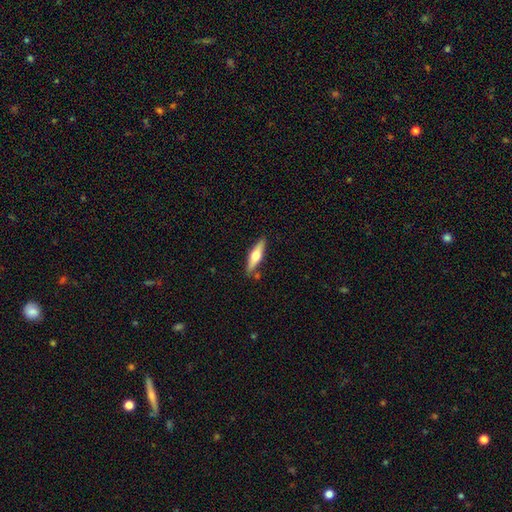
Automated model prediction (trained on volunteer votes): Morphology: type=featured or disk (49%); merging=none (84%).